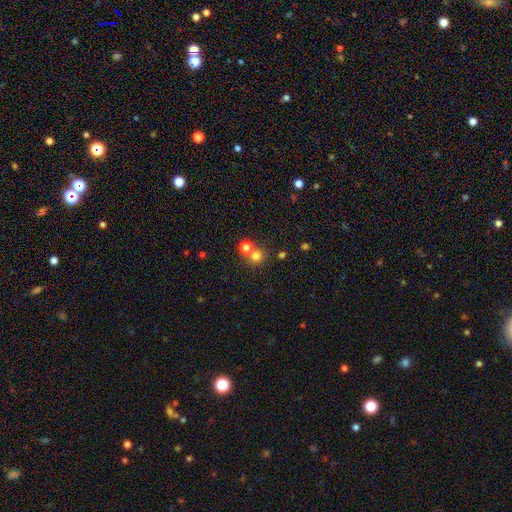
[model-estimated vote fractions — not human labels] A smooth galaxy with no disk features (74%) that is round (87%). Merging: none (60%).